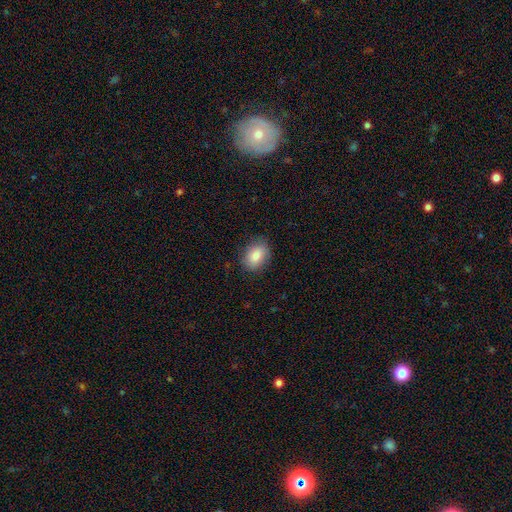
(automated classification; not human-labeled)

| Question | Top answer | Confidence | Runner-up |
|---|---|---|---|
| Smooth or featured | smooth | 84% | featured or disk (9%) |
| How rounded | in between | 76% | round (23%) |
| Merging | none | 84% | minor disturbance (12%) |